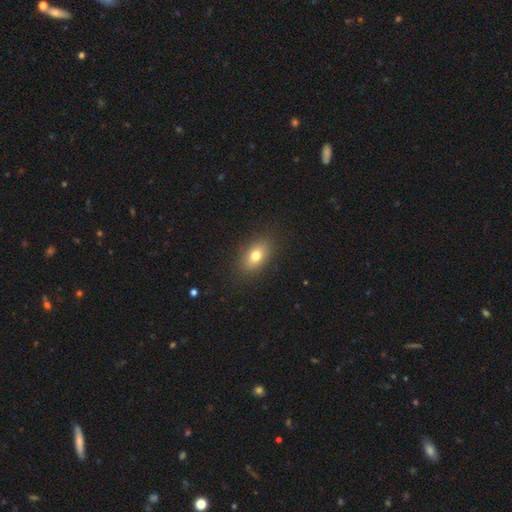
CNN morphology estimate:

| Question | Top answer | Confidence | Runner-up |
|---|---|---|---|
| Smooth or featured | smooth | 76% | featured or disk (14%) |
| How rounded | in between | 83% | round (14%) |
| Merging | none | 87% | minor disturbance (9%) |